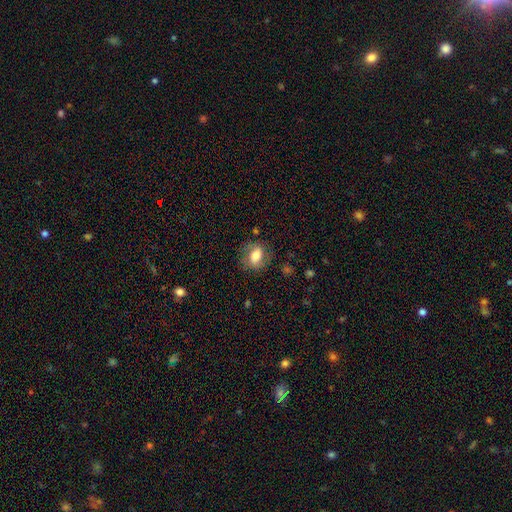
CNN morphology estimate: A smooth galaxy with no disk features (65%) that is in between round and cigar-shaped (64%).

Vote fractions:
- Smooth or featured? smooth: 65% / featured or disk: 27% / star or artifact: 8%
- How rounded? in between: 64% / round: 34% / cigar-shaped: 2%
- Merging? none: 75% / minor disturbance: 17% / major disturbance: 7% / merger: 1%